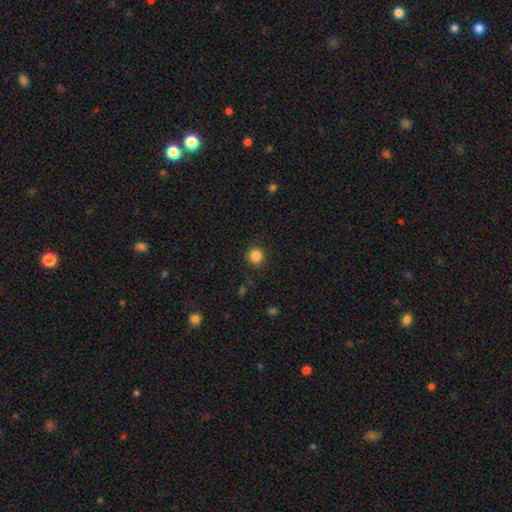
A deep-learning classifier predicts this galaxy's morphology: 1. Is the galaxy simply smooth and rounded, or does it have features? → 84% smooth, 12% star or artifact, 4% featured or disk.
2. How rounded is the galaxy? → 94% round, 5% in between, 1% cigar-shaped.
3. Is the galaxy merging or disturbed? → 91% none, 6% minor disturbance, 2% major disturbance, 1% merger.